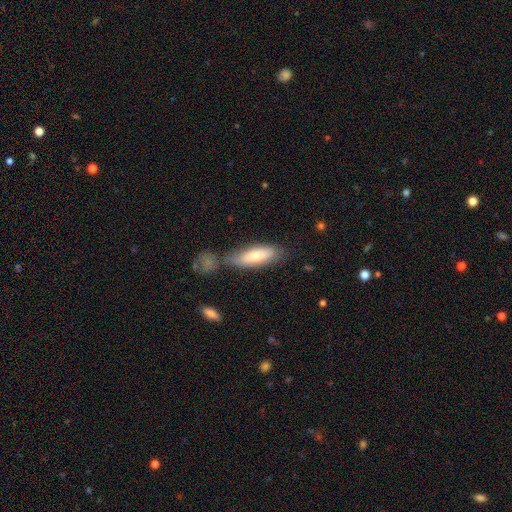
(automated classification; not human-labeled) Overall: smooth (69%). How rounded: in between (55%; cigar-shaped 43%). Merging: none (56%; minor disturbance 19%).